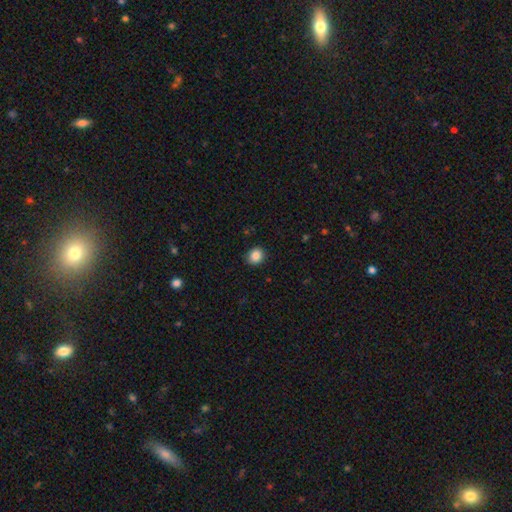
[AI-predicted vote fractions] This is clearly a smooth galaxy (87%). How rounded: likely round (71%). Merging: clearly none (90%).